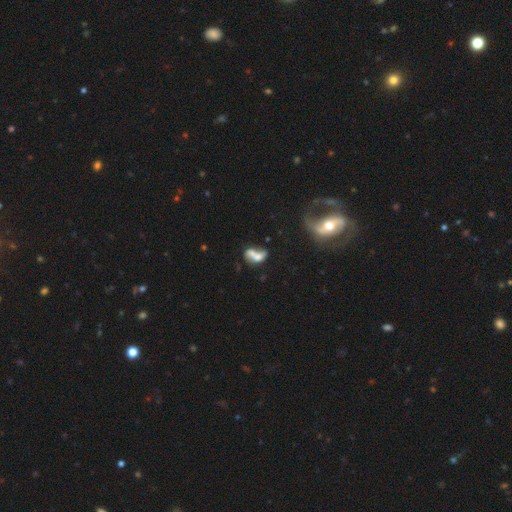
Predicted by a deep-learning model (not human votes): This appears to be a smooth galaxy with no disk features (51%) that is in between round and cigar-shaped (76%). Merging: merger (57%).